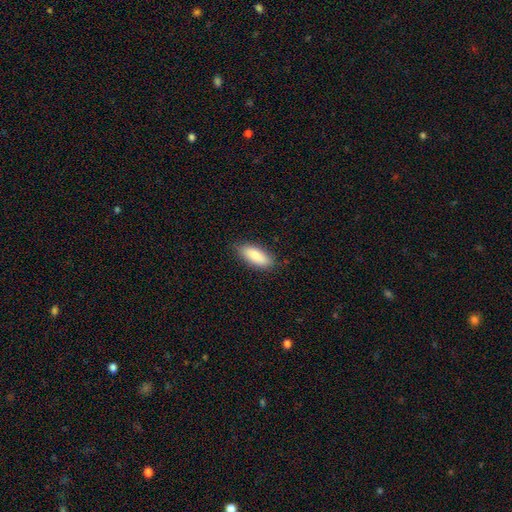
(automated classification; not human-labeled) Overall: smooth (85%). How rounded: in between (73%). Merging: none (85%).